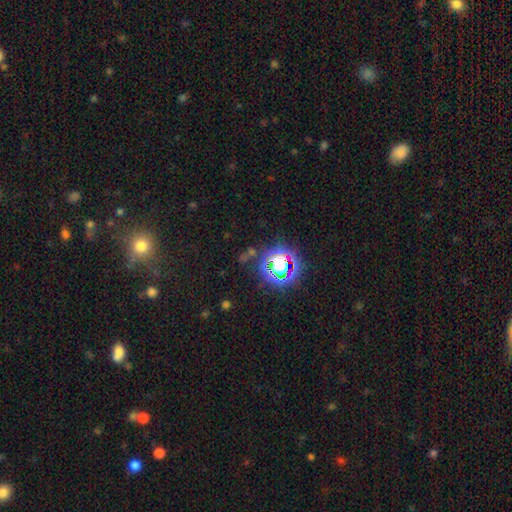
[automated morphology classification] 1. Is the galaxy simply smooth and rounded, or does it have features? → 75% star or artifact, 16% smooth, 8% featured or disk.